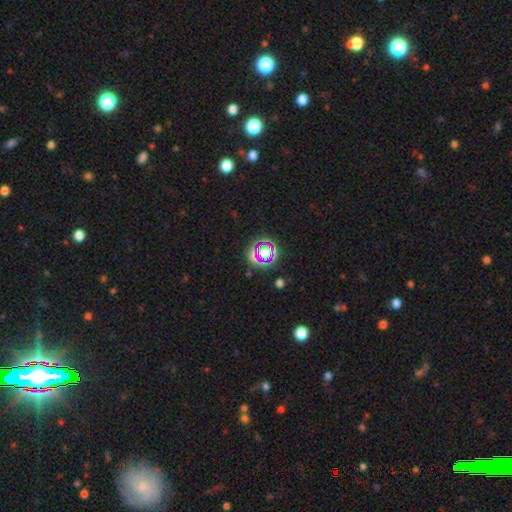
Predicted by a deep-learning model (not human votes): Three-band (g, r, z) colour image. It shows a star or artifact, not a galaxy (68%).